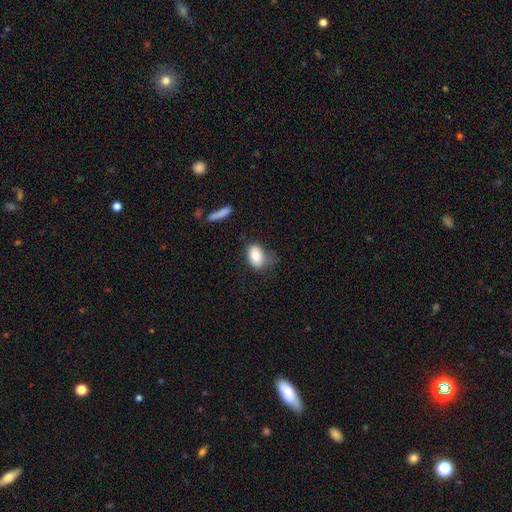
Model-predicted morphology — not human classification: smooth_or_featured: smooth (p=0.81) [alt: featured or disk p=0.10]
how_rounded: in between (p=0.83) [alt: round p=0.15]
merging: none (p=0.50) [alt: minor disturbance p=0.33]